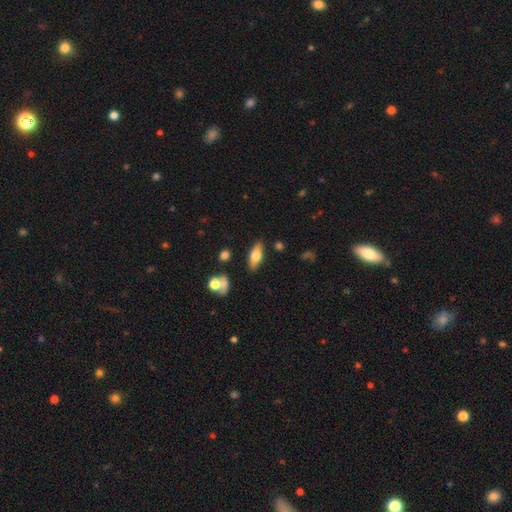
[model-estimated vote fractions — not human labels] Smooth or featured: smooth — 59% (featured or disk — 33%)
How rounded: in between — 73% (cigar-shaped — 23%)
Merging: none — 83% (minor disturbance — 11%)